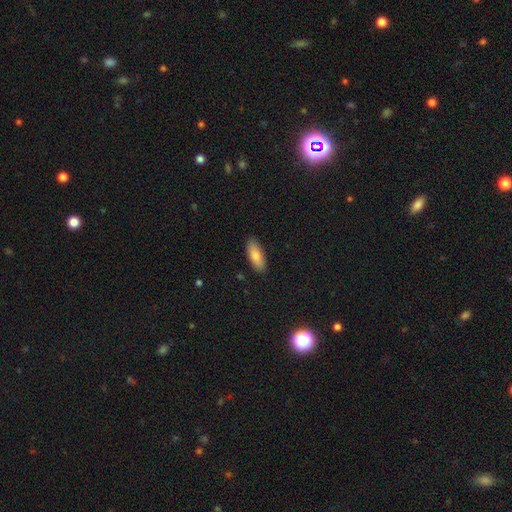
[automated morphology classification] Smooth or featured? smooth (84%)
How rounded? in between (79%)
Merging? none (88%)